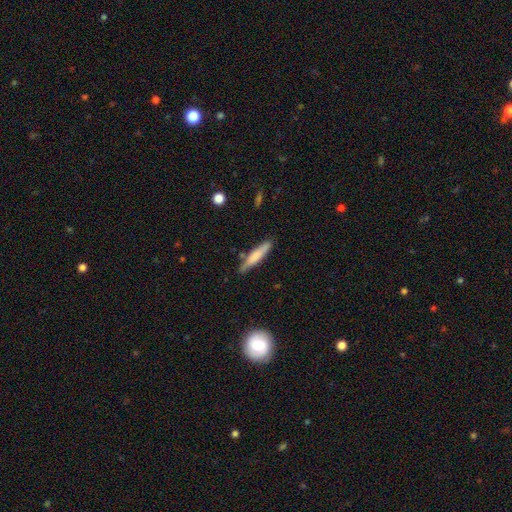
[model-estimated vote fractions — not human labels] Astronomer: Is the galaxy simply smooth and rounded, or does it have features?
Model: smooth — 69%.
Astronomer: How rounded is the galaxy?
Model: cigar-shaped — 88%.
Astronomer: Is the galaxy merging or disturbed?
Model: none — 82%.